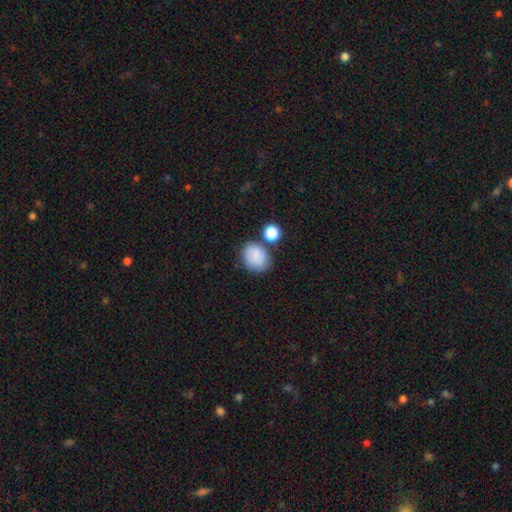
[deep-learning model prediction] Smooth or featured?
  - smooth: 83% *
  - star or artifact: 9%
  - featured or disk: 8%
How rounded?
  - round: 50% *
  - in between: 49%
  - cigar-shaped: 1%
Merging?
  - none: 65% *
  - minor disturbance: 17%
  - merger: 13%
  - major disturbance: 5%